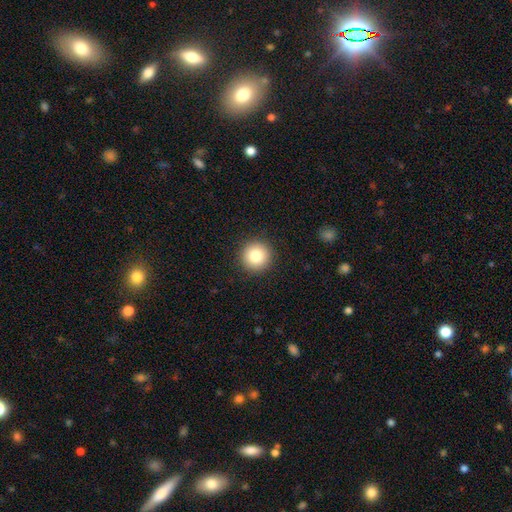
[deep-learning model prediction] This is clearly a smooth galaxy (82%). How rounded: clearly round (96%). Merging: clearly none (92%).